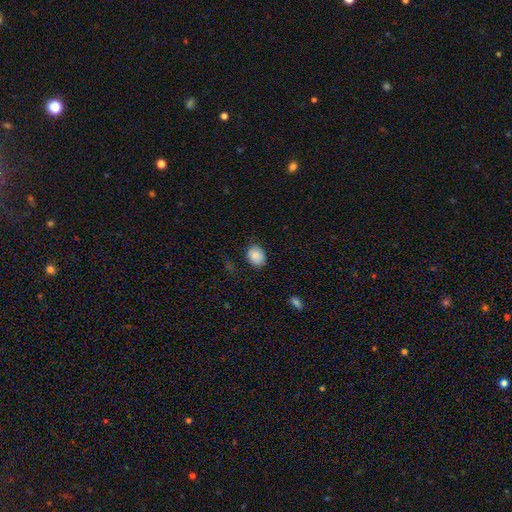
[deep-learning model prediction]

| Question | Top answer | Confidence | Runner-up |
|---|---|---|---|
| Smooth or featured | smooth | 87% | star or artifact (8%) |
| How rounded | in between | 56% | round (43%) |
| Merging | none | 78% | minor disturbance (17%) |